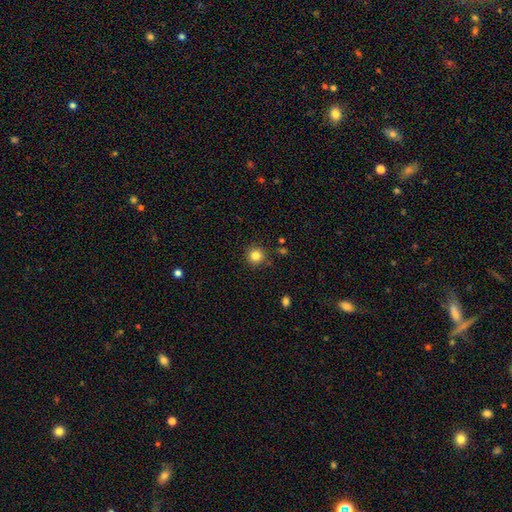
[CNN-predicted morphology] A smooth galaxy with no disk features (83%) that is round (94%). Merging: none (89%).